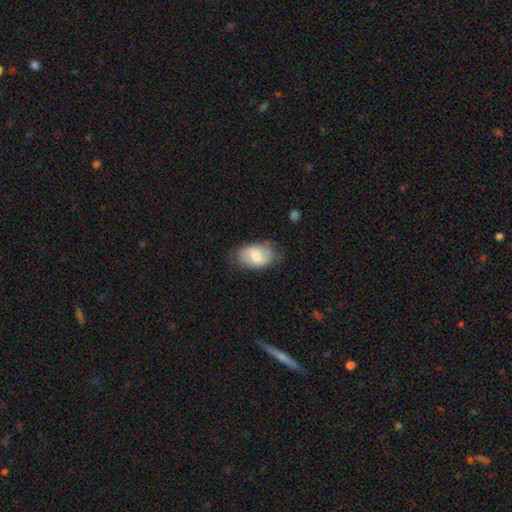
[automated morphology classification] This is possibly a smooth galaxy (56%). How rounded: clearly in between (88%). Merging: likely none (74%).